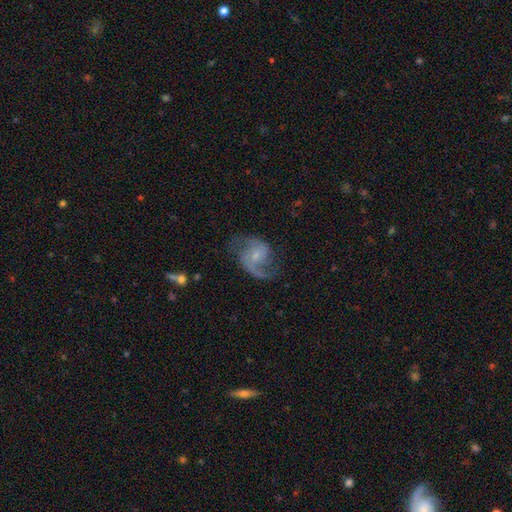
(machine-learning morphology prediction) smooth-or-featured: featured or disk: 84% | smooth: 10% | star or artifact: 6%
  disk-edge-on: no: 98% | yes: 2%
    bar: no: 51% | weak: 42% | strong: 8%
    has-spiral-arms: yes: 96% | no: 4%
      spiral-winding: medium: 48% | loose: 38% | tight: 14%
      spiral-arm-count: 2: 84% | 1: 7% | can't tell: 4% | 3: 2% | 4: 1% | more than 4: 1%
    bulge-size: small: 60% | moderate: 28% | none: 9% | large: 2% | dominant: 1%
  merging: none: 64% | minor disturbance: 19% | major disturbance: 15% | merger: 2%